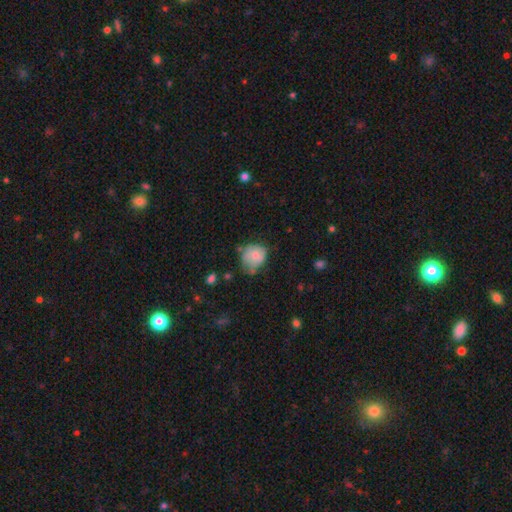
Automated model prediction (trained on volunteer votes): A smooth galaxy with no disk features (71%) that is round (69%).

Vote fractions:
- Smooth or featured? smooth: 71% / featured or disk: 21% / star or artifact: 8%
- How rounded? round: 69% / in between: 30% / cigar-shaped: 1%
- Merging? none: 43% / minor disturbance: 38% / major disturbance: 13% / merger: 5%